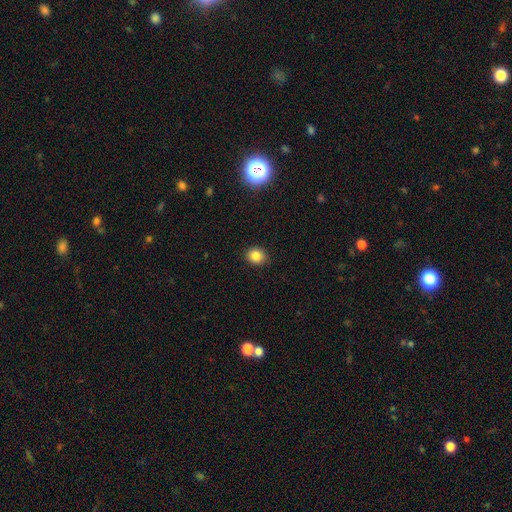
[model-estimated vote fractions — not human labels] Smooth or featured? Predicted: smooth (p=0.84). How rounded? Predicted: round (p=0.72). Merging? Predicted: none (p=0.87).